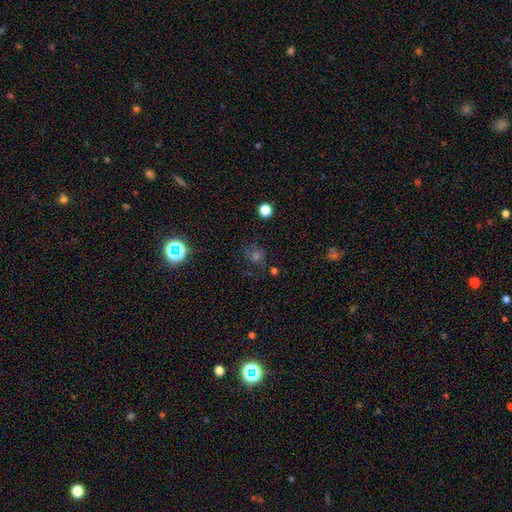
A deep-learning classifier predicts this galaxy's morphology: Overall: star or artifact (46%; smooth 37%).